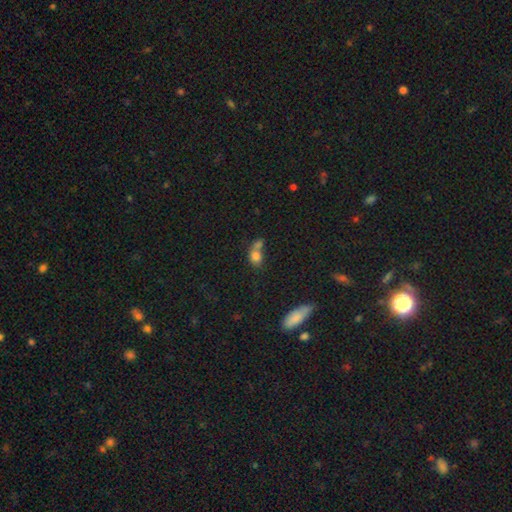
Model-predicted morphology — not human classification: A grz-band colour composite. It shows a smooth galaxy with no disk features (77%) that is in between round and cigar-shaped (52%). Merging: merger (54%).